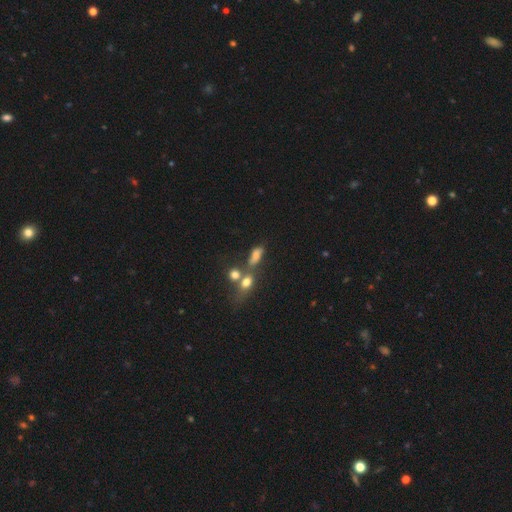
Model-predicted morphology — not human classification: Q: Smooth or featured?
A: smooth (50%); runner-up: featured or disk (26%)
Q: Merging?
A: merger (48%); runner-up: none (34%)